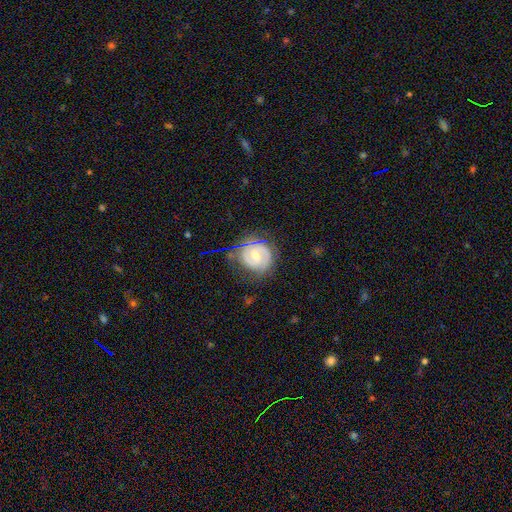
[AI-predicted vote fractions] Smooth or featured?
  - featured or disk: 80% *
  - smooth: 13%
  - star or artifact: 7%
Edge-on disk?
  - no: 97% *
  - yes: 3%
Bar?
  - weak: 46% *
  - no: 40%
  - strong: 14%
Spiral arms?
  - yes: 93% *
  - no: 7%
Spiral winding?
  - tight: 68% *
  - medium: 25%
  - loose: 6%
Spiral arm count?
  - 2: 64% *
  - can't tell: 17%
  - 3: 9%
  - 1: 5%
  - 4: 2%
  - more than 4: 2%
Bulge size?
  - moderate: 56% *
  - small: 37%
  - large: 3%
  - none: 2%
  - dominant: 1%
Merging?
  - none: 68% *
  - minor disturbance: 20%
  - major disturbance: 9%
  - merger: 2%